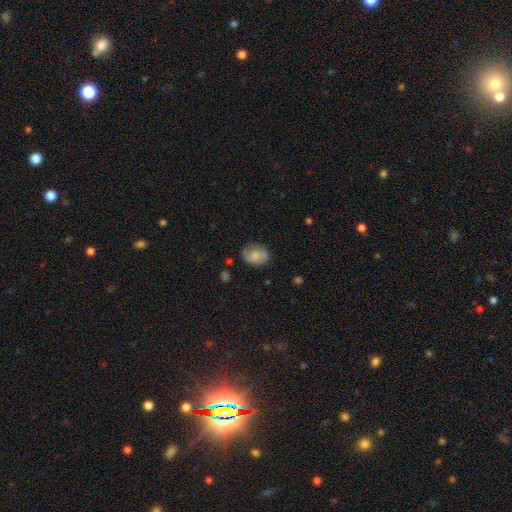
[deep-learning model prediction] smooth-or-featured: smooth: 65% | featured or disk: 27% | star or artifact: 8%
  how-rounded: in between: 62% | round: 37% | cigar-shaped: 1%
  merging: none: 69% | minor disturbance: 22% | major disturbance: 7% | merger: 2%